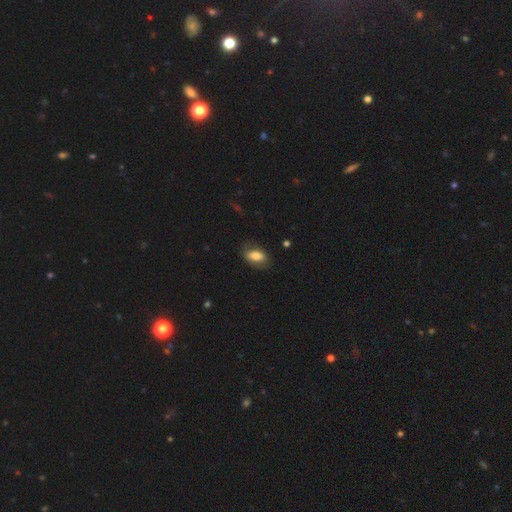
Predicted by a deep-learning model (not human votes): A smooth galaxy with no disk features (73%) that is in between round and cigar-shaped (89%). Merging: none (70%).